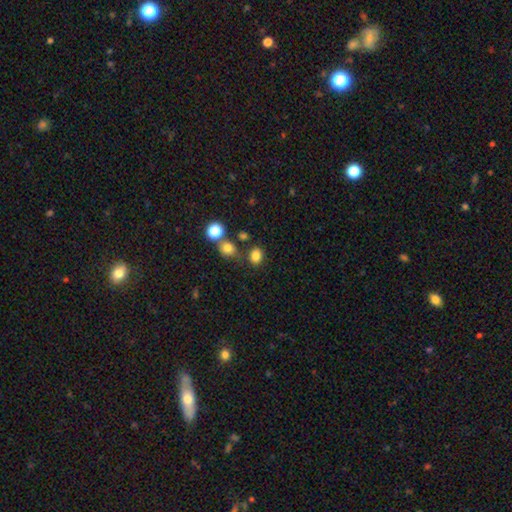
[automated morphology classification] smooth_or_featured: smooth (p=0.82) [alt: star or artifact p=0.13]
how_rounded: round (p=0.52) [alt: in between p=0.47]
merging: none (p=0.75) [alt: minor disturbance p=0.11]